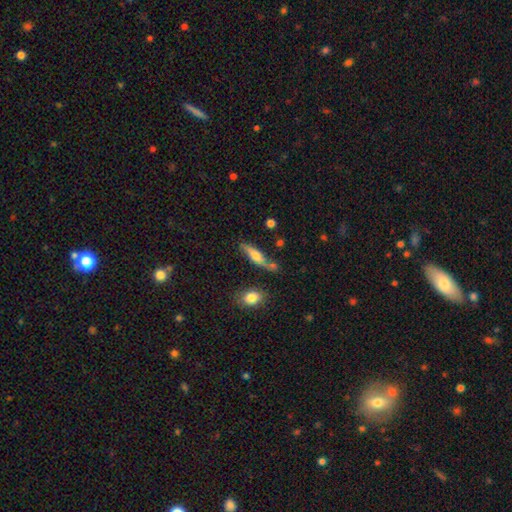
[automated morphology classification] The model was most divided on "smooth or featured": smooth: 48%, featured or disk: 44%, star or artifact: 8%. More confident: merging — none (63%).